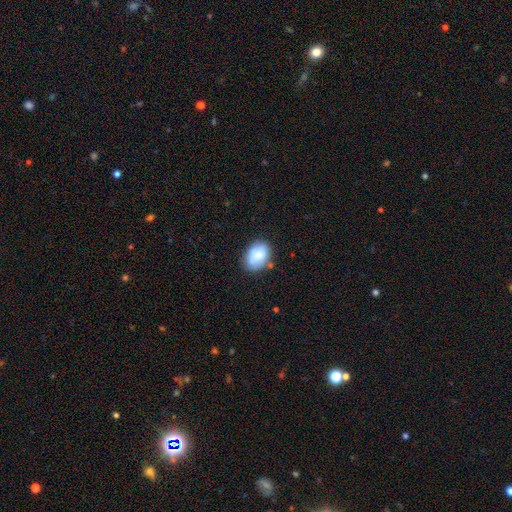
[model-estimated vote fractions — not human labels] A smooth galaxy with no disk features (78%) that is in between round and cigar-shaped (77%). Merging: none (68%).